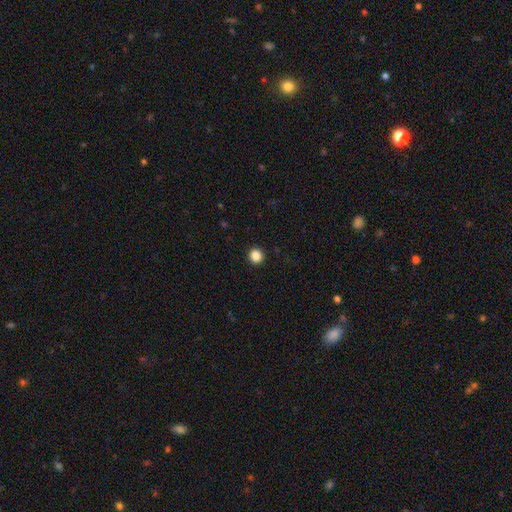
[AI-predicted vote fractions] Smooth or featured? Predicted: smooth (p=0.86). How rounded? Predicted: round (p=0.89). Merging? Predicted: none (p=0.93).